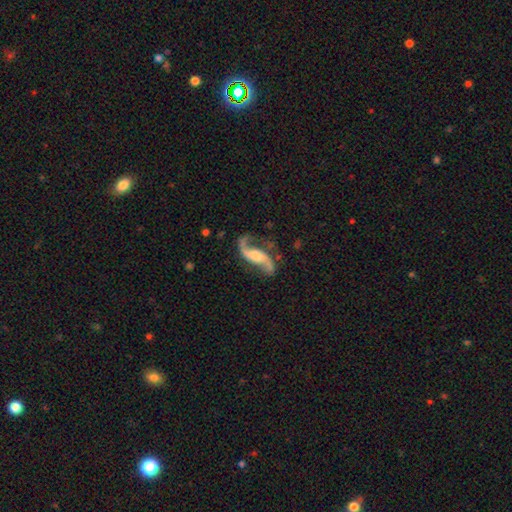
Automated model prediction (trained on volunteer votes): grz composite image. It shows a featured or disk galaxy (90%) with no bar (42%), 2 (93%) loose (67%) spiral arms (97%) and a moderate central bulge (43%). Merging: none (71%).